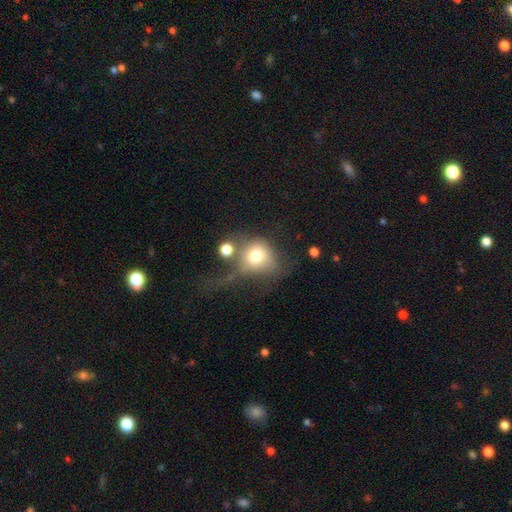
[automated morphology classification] Overall: smooth (71%). How rounded: round (73%). Merging: major disturbance (33%; merger 27%).